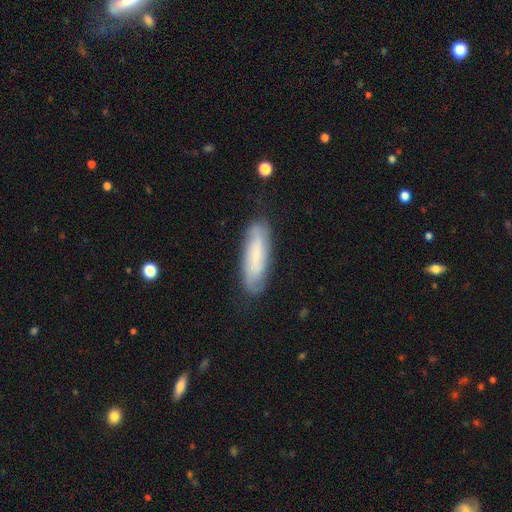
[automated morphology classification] The model was most divided on "how rounded": cigar-shaped: 52%, in between: 46%, round: 2%. More confident: merging — none (77%); smooth or featured — smooth (50%).